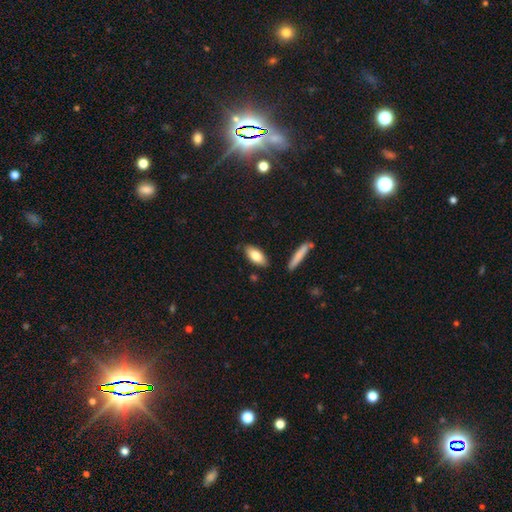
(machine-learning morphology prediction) Smooth or featured: smooth — 80% (featured or disk — 14%)
How rounded: in between — 82% (cigar-shaped — 16%)
Merging: none — 84% (minor disturbance — 11%)